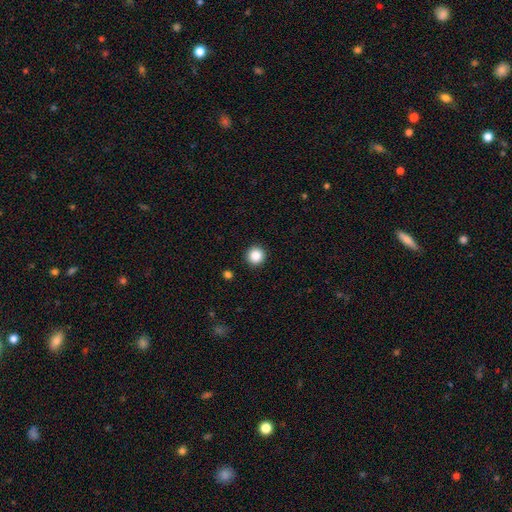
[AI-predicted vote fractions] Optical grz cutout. It shows a smooth galaxy with no disk features (86%) that is round (95%). Merging: none (93%).